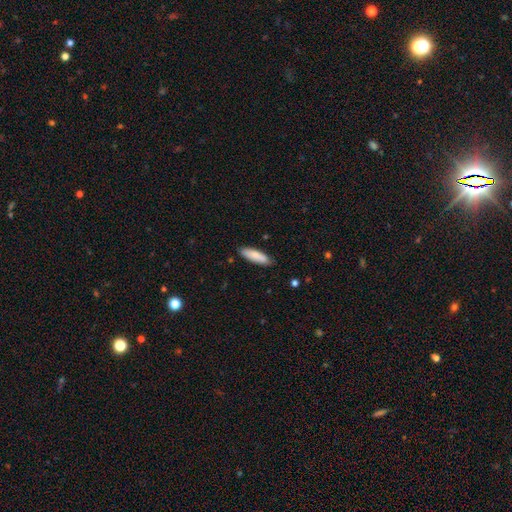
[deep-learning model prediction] Smooth or featured? smooth (85%)
How rounded? cigar-shaped (55%)
Merging? none (85%)